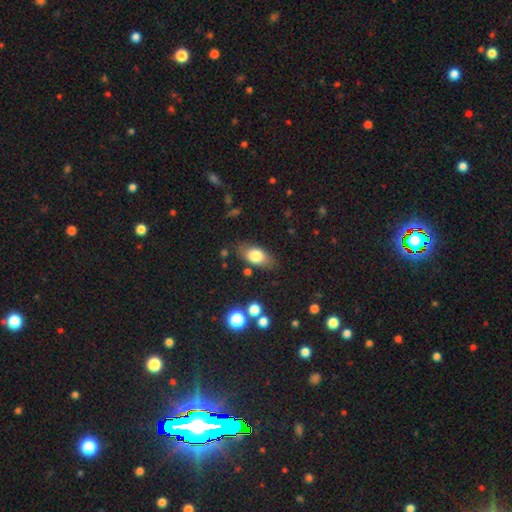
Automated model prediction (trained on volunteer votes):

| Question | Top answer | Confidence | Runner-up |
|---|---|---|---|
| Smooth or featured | smooth | 78% | featured or disk (14%) |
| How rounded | in between | 88% | round (7%) |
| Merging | none | 79% | minor disturbance (15%) |